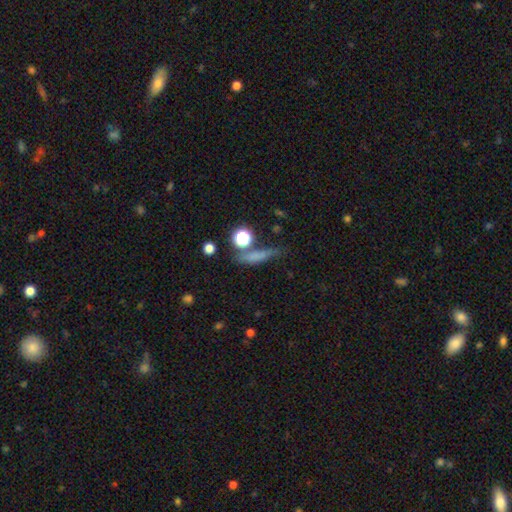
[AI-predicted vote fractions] smooth 61%, featured or disk 21%, star or artifact 18%. Down the decision tree: how rounded — cigar-shaped (65%); merging — none (64%).